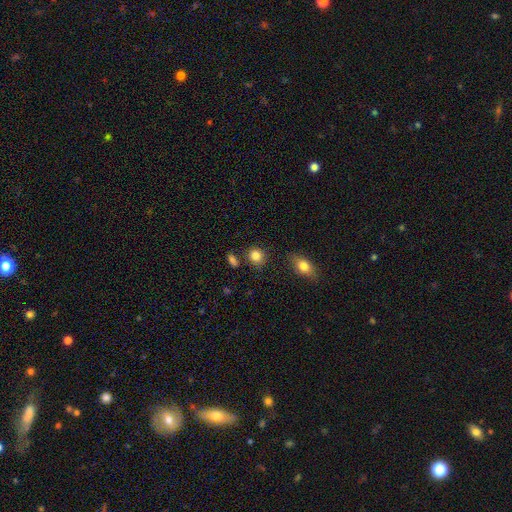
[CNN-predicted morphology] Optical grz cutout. It shows a smooth galaxy with no disk features (85%) that is round (80%). Merging: none (79%).